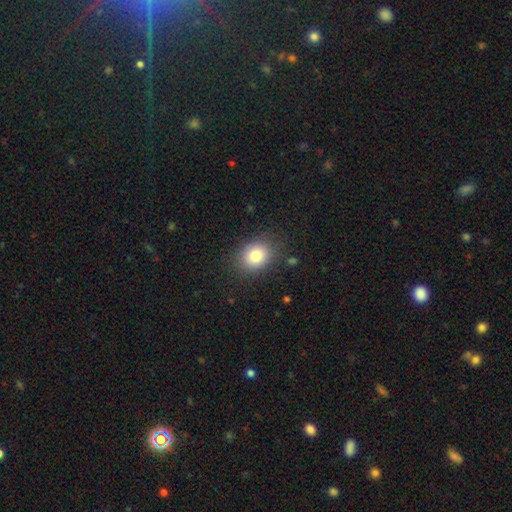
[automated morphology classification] This appears to be a smooth galaxy with no disk features (81%) that is in between round and cigar-shaped (54%). Merging: none (83%).